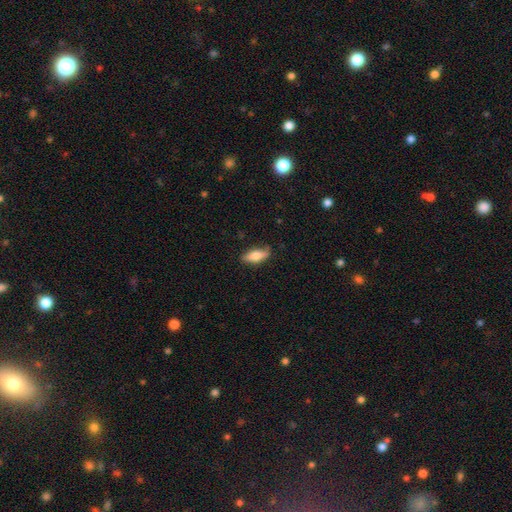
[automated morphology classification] A smooth galaxy with no disk features (71%) that is in between round and cigar-shaped (67%).

Vote fractions:
- Smooth or featured? smooth: 71% / featured or disk: 23% / star or artifact: 7%
- How rounded? in between: 67% / cigar-shaped: 30% / round: 3%
- Merging? none: 80% / minor disturbance: 16% / major disturbance: 3% / merger: 1%